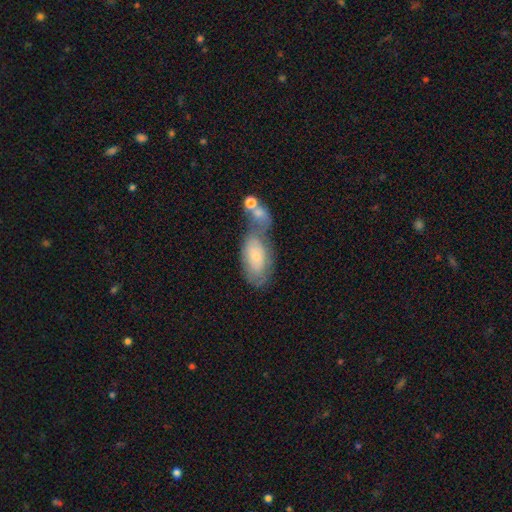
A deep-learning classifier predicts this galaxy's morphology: Smooth or featured?
  - smooth: 53% *
  - featured or disk: 40%
  - star or artifact: 7%
How rounded?
  - in between: 90% *
  - cigar-shaped: 5%
  - round: 5%
Merging?
  - merger: 38% *
  - none: 30%
  - minor disturbance: 19%
  - major disturbance: 14%